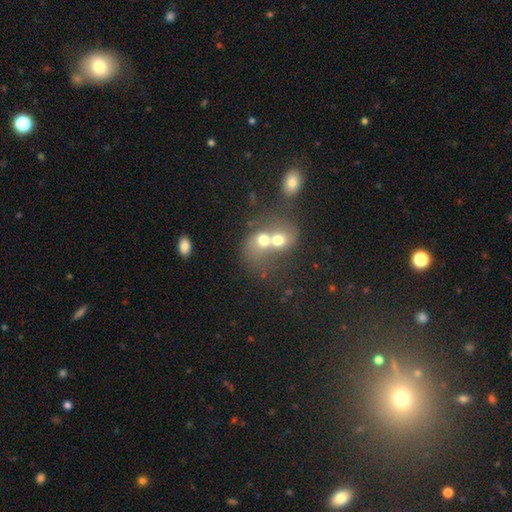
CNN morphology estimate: Smooth or featured? smooth (46%)
Merging? merger (74%)